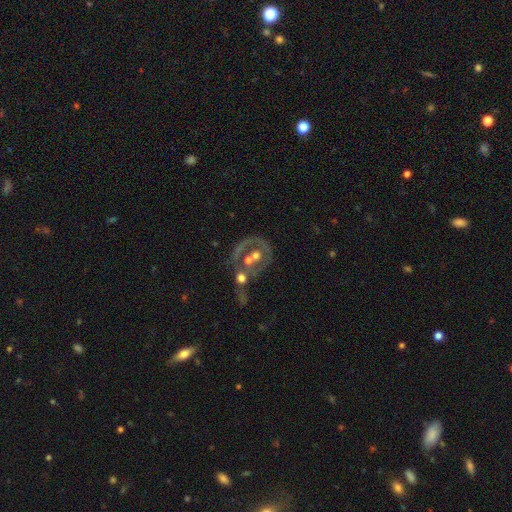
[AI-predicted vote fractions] Smooth or featured: featured or disk — 64% (smooth — 26%)
Edge-on disk: no — 97% (yes — 3%)
Bar: no — 88% (weak — 9%)
Spiral arms: no — 80% (yes — 20%)
Bulge size: moderate — 63% (small — 15%)
Merging: merger — 44% (none — 30%)